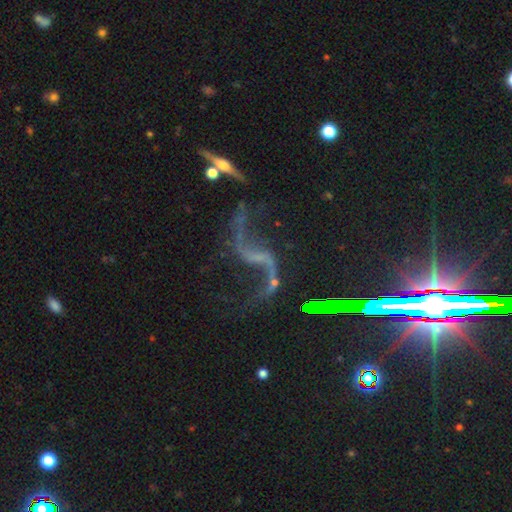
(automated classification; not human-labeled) Morphology: type=featured or disk (85%); edge-on=no (94%); bar=no (43%); spiral arms=yes (93%); winding=loose (94%); arm count=2 (92%); bulge=none (54%); merging=none (55%).